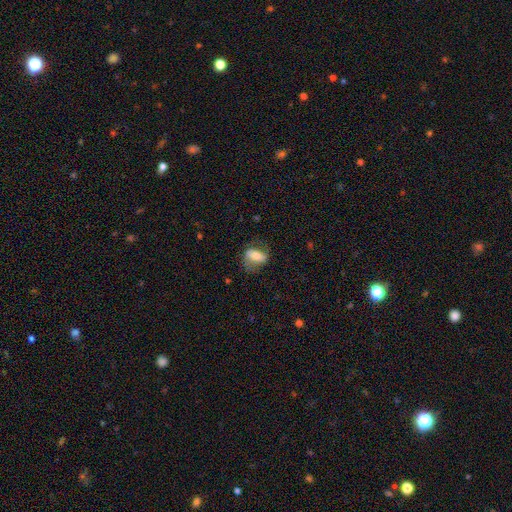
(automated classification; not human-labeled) Q: Smooth or featured?
A: smooth (48%); runner-up: featured or disk (45%)
Q: Merging?
A: none (65%); runner-up: minor disturbance (21%)